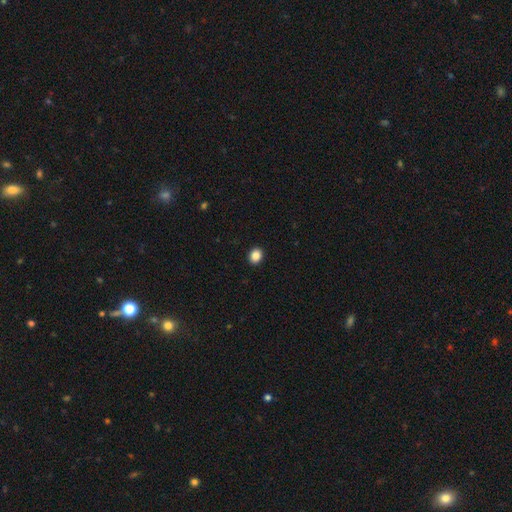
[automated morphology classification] The model was most divided on "how rounded": round: 60%, in between: 40%, cigar-shaped: 1%. More confident: merging — none (92%); smooth or featured — smooth (86%).